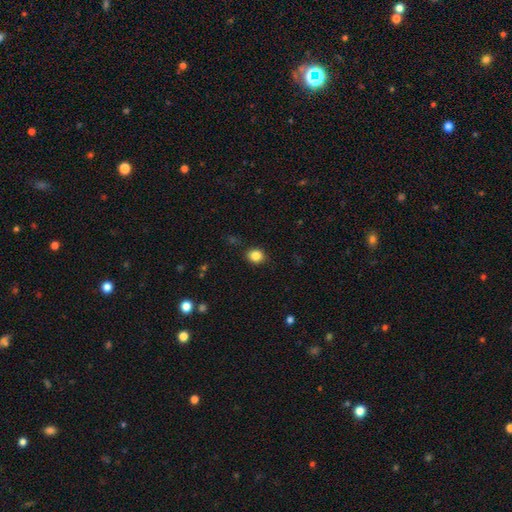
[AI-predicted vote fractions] Morphology: type=smooth (85%); roundness=round (65%); merging=none (86%).